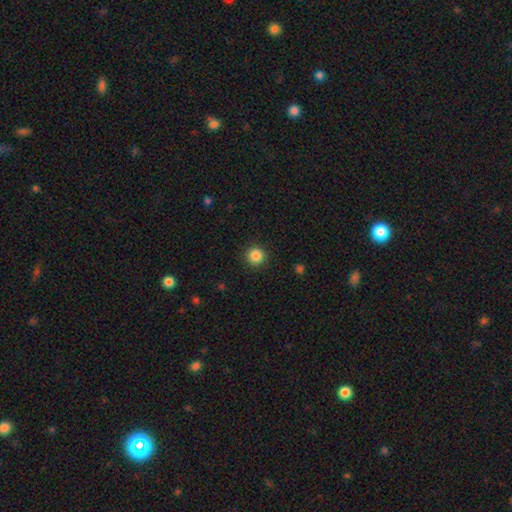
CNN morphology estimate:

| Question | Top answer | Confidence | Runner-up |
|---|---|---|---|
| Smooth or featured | smooth | 86% | star or artifact (11%) |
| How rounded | round | 95% | in between (4%) |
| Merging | none | 92% | minor disturbance (5%) |